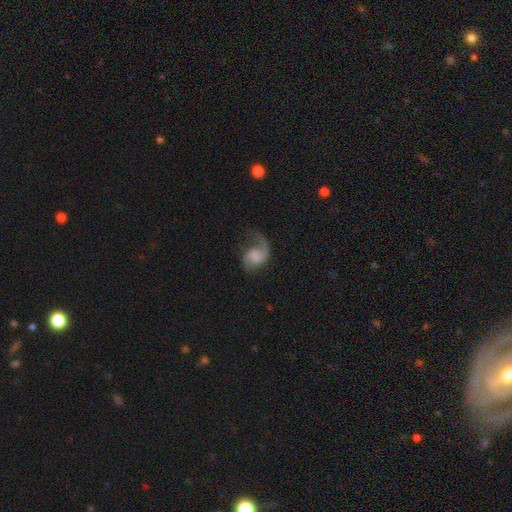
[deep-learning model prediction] This is likely a featured or disk galaxy (75%). It is clearly not viewed edge-on (98%). Bar: possibly no (51%). Spiral arm pattern: clearly yes (94%). Spiral arm count: possibly 2 (60%). Spiral winding: possibly loose (57%). Central bulge: possibly none (48%). Merging: possibly none (48%).